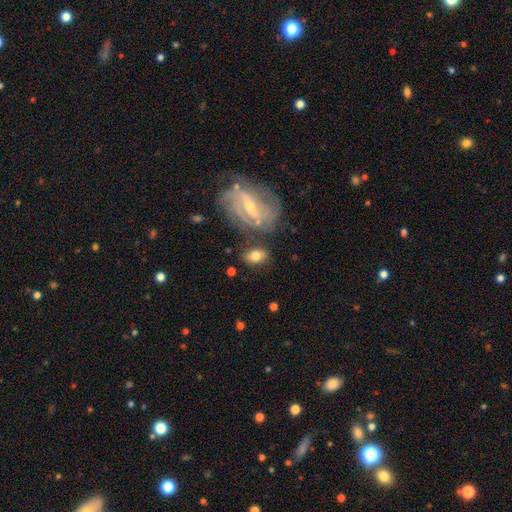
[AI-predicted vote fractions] The model was most divided on "smooth or featured": smooth: 65%, featured or disk: 28%, star or artifact: 8%. More confident: how rounded — in between (82%); merging — none (69%).